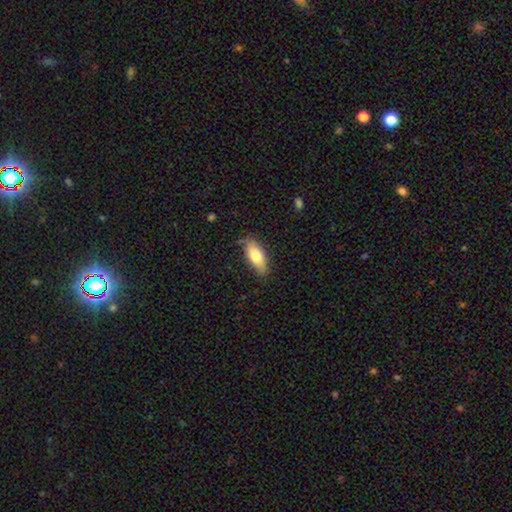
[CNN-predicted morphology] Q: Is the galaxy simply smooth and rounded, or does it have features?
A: smooth — 77%.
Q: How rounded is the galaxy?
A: in between — 78%.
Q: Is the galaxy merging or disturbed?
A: none — 80%.